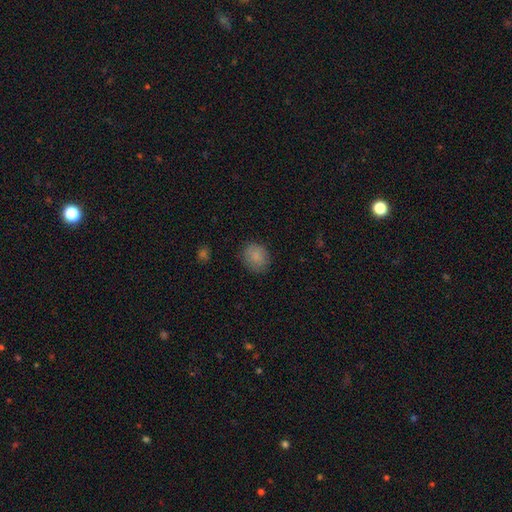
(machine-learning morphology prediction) Smooth or featured?
  - smooth: 85% *
  - star or artifact: 9%
  - featured or disk: 6%
How rounded?
  - round: 75% *
  - in between: 24%
  - cigar-shaped: 1%
Merging?
  - none: 83% *
  - minor disturbance: 13%
  - major disturbance: 3%
  - merger: 1%